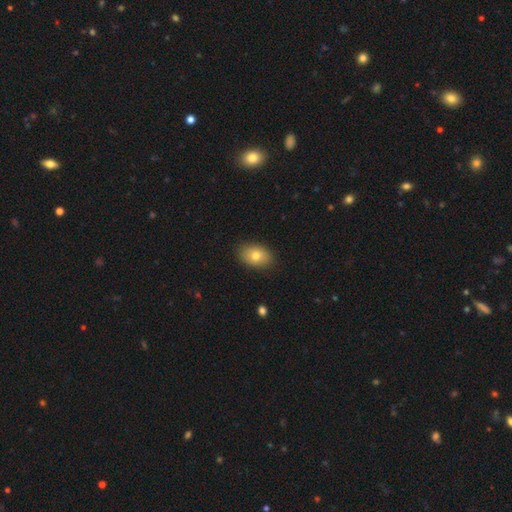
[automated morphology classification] type=smooth (78%); roundness=in between (83%); merging=none (87%).